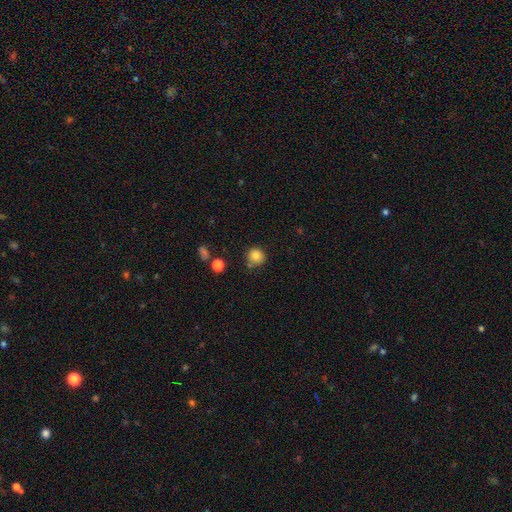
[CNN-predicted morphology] Smooth or featured? Predicted: smooth (p=0.83). How rounded? Predicted: round (p=0.91). Merging? Predicted: none (p=0.76).